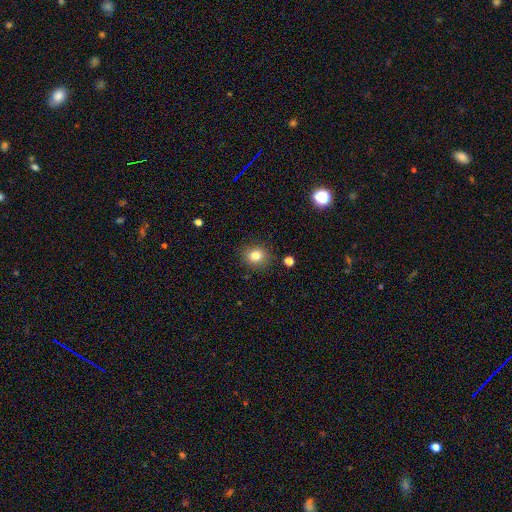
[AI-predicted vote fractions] Smooth or featured? smooth (81%)
How rounded? round (70%)
Merging? none (86%)